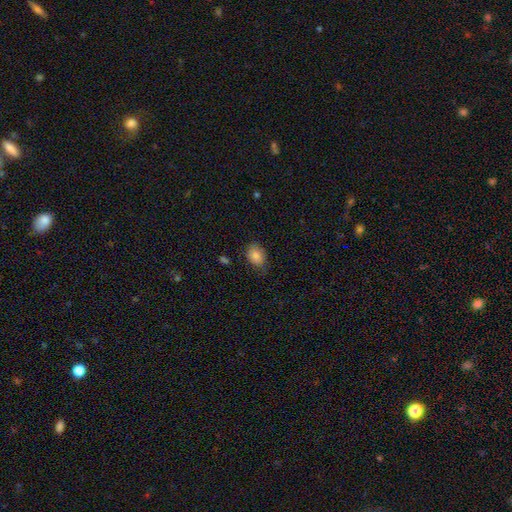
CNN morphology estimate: Q: Smooth or featured?
A: smooth (85%); runner-up: star or artifact (8%)
Q: How rounded?
A: in between (74%); runner-up: round (25%)
Q: Merging?
A: none (69%); runner-up: minor disturbance (24%)